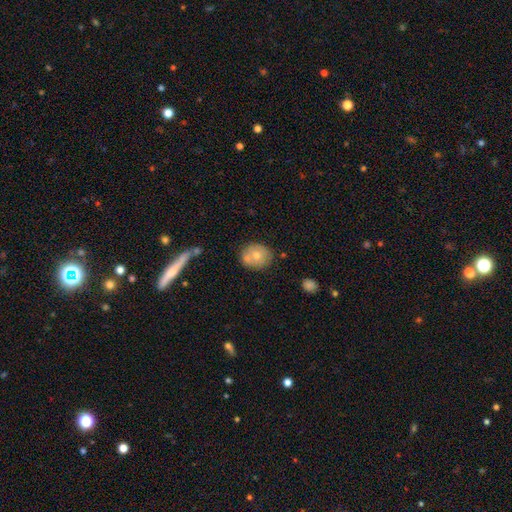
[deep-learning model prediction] Smooth or featured? Predicted: smooth (p=0.68). How rounded? Predicted: round (p=0.70). Merging? Predicted: none (p=0.60).